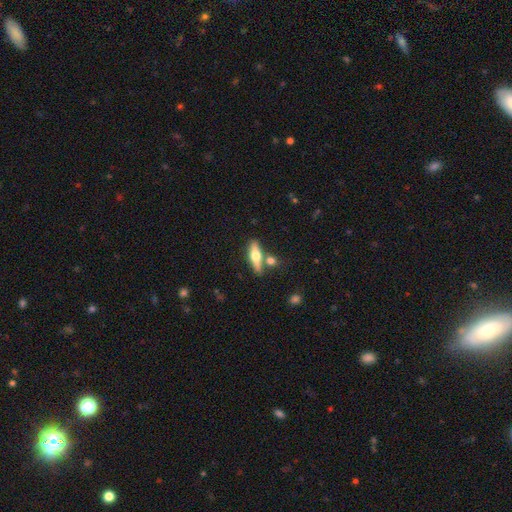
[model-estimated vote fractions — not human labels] A featured or disk galaxy (48%).

Vote fractions:
- Smooth or featured? featured or disk: 48% / smooth: 46% / star or artifact: 6%
- Merging? none: 70% / merger: 16% / minor disturbance: 11% / major disturbance: 3%